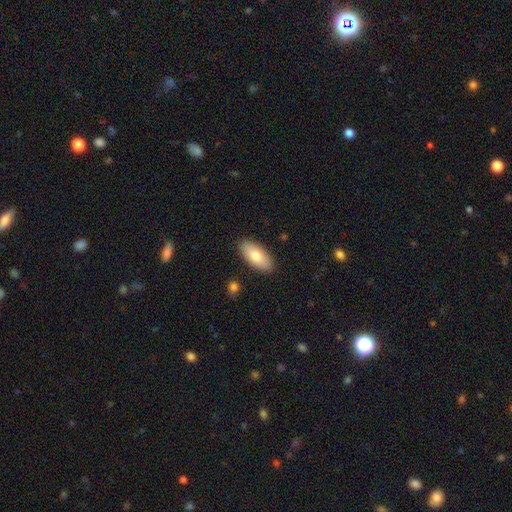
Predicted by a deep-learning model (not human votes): This appears to be a smooth galaxy with no disk features (79%) that is in between round and cigar-shaped (90%). Merging: none (88%).